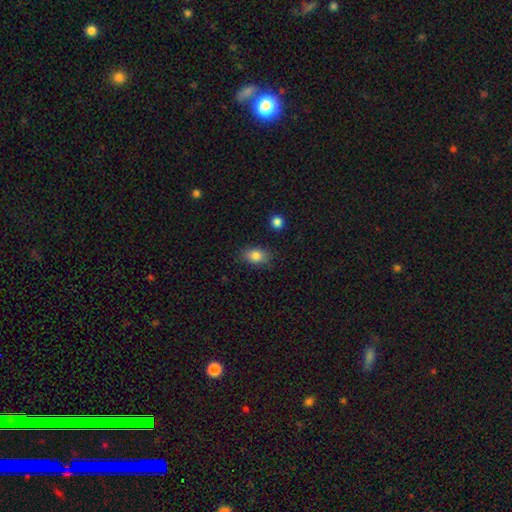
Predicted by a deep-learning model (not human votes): Smooth or featured: smooth — 84% (star or artifact — 9%)
How rounded: in between — 83% (round — 15%)
Merging: none — 83% (minor disturbance — 13%)